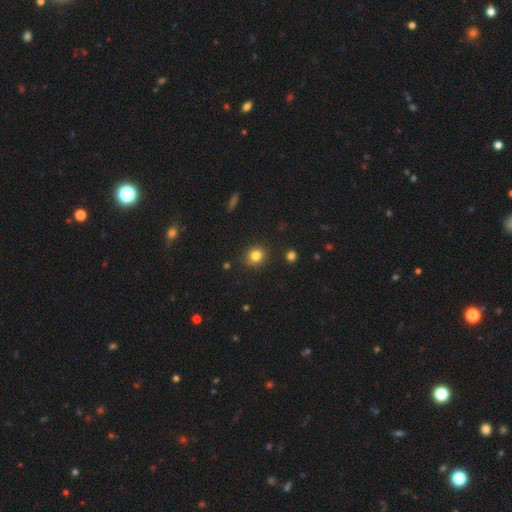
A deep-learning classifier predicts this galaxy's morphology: A smooth galaxy with no disk features (82%) that is round (80%).

Vote fractions:
- Smooth or featured? smooth: 82% / star or artifact: 12% / featured or disk: 6%
- How rounded? round: 80% / in between: 19% / cigar-shaped: 1%
- Merging? none: 86% / minor disturbance: 9% / major disturbance: 2% / merger: 2%